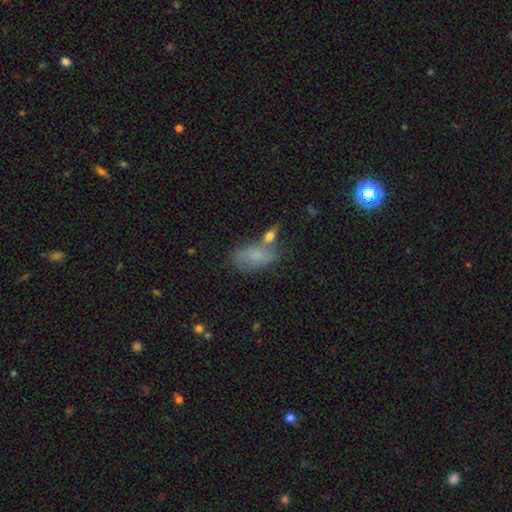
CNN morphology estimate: A smooth galaxy with no disk features (69%) that is in between round and cigar-shaped (88%).

Vote fractions:
- Smooth or featured? smooth: 69% / featured or disk: 20% / star or artifact: 11%
- How rounded? in between: 88% / round: 6% / cigar-shaped: 6%
- Merging? none: 46% / minor disturbance: 23% / merger: 21% / major disturbance: 10%